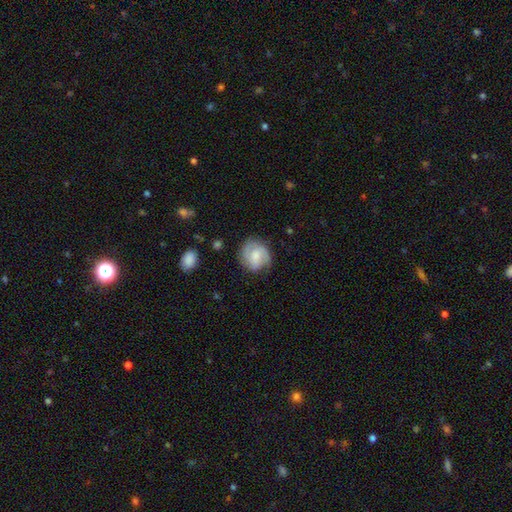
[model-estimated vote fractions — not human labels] smooth 47%, featured or disk 46%, star or artifact 7%. Down the decision tree: merging — none (72%).